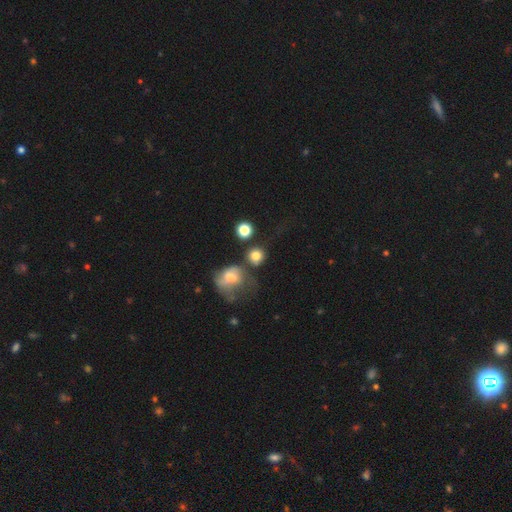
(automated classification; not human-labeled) smooth_or_featured: smooth (p=0.78) [alt: star or artifact p=0.11]
how_rounded: round (p=0.86) [alt: in between p=0.13]
merging: none (p=0.54) [alt: merger p=0.19]